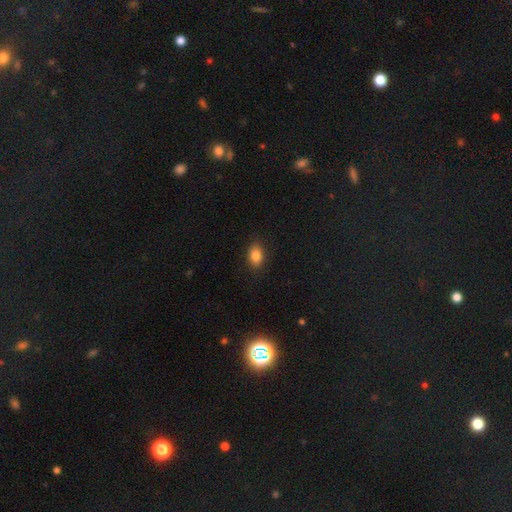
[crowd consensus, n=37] smooth-or-featured: smooth: 86% | featured or disk: 11% | star or artifact: 3%
  how-rounded: in between: 81% | round: 19% | cigar-shaped: 0%
  merging: none: 86% | minor disturbance: 11% | major disturbance: 3% | merger: 0%